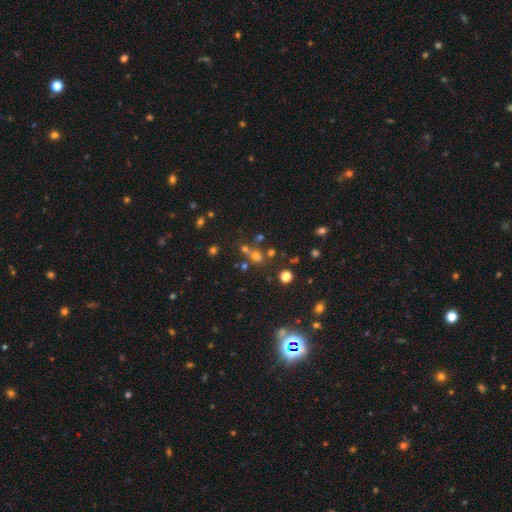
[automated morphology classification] This appears to be a smooth galaxy with no disk features (43%, tied with star or artifact). Merging: none (50%).